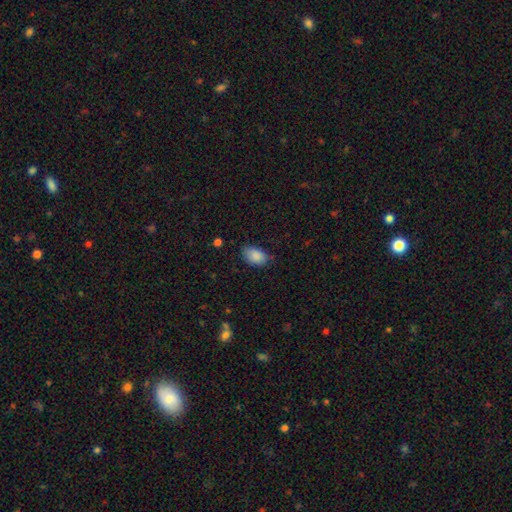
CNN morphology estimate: smooth 87%, star or artifact 8%, featured or disk 5%. Down the decision tree: how rounded — in between (88%); merging — none (67%).